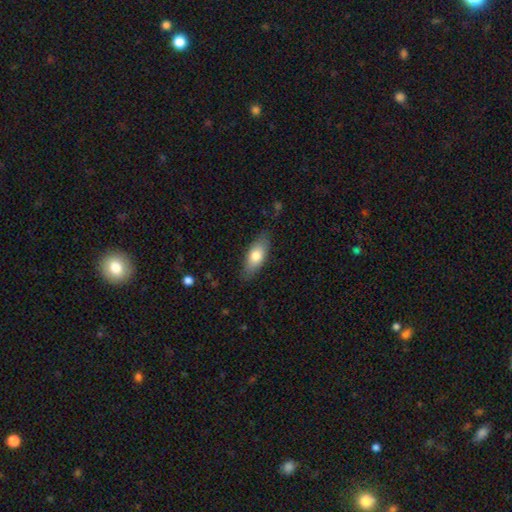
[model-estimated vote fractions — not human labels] smooth 74%, featured or disk 20%, star or artifact 6%. Down the decision tree: how rounded — in between (77%); merging — none (81%).